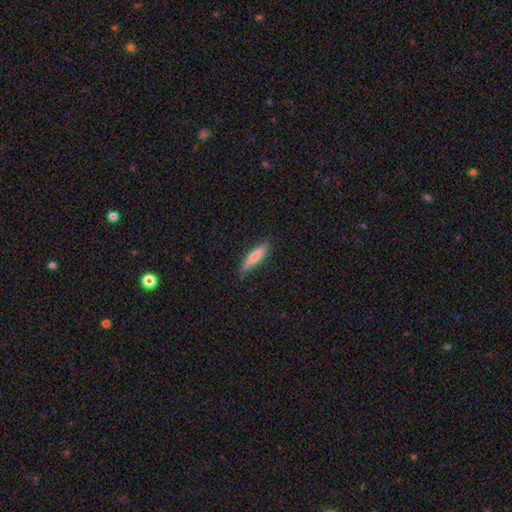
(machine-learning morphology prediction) Smooth or featured: smooth — 71% (featured or disk — 22%)
How rounded: cigar-shaped — 80% (in between — 18%)
Merging: none — 79% (minor disturbance — 17%)